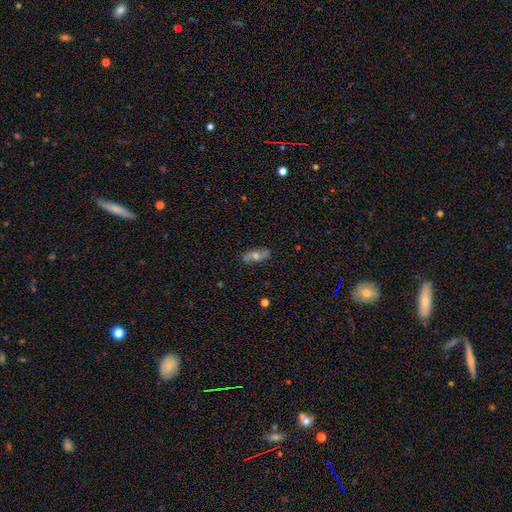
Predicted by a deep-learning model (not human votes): smooth_or_featured: featured or disk (p=0.50) [alt: smooth p=0.40]
merging: none (p=0.82) [alt: minor disturbance p=0.13]